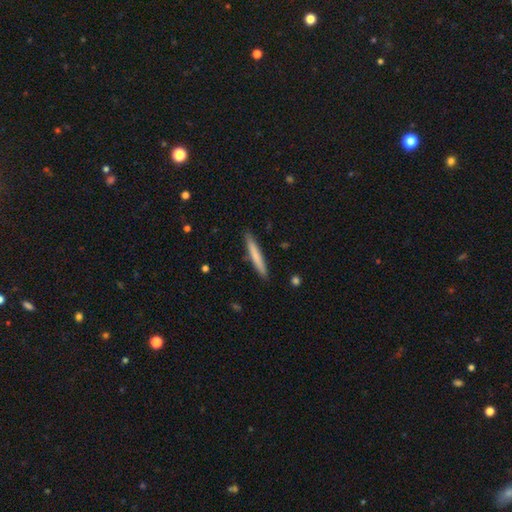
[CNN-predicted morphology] Q: Smooth or featured?
A: smooth (73%); runner-up: featured or disk (22%)
Q: How rounded?
A: cigar-shaped (96%); runner-up: in between (3%)
Q: Merging?
A: none (90%); runner-up: minor disturbance (7%)